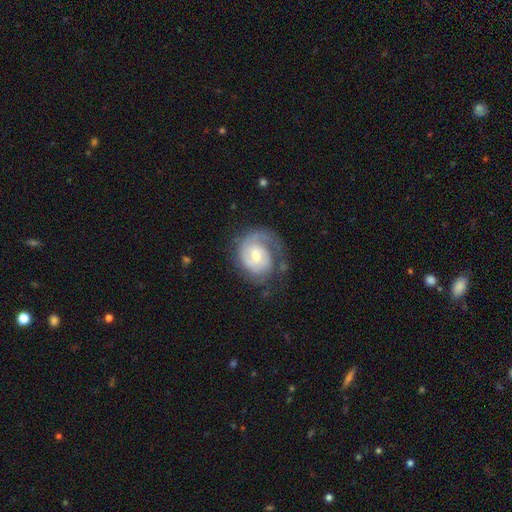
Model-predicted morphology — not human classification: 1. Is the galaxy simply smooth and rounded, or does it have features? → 80% featured or disk, 15% smooth, 5% star or artifact.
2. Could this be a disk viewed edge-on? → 98% no, 2% yes.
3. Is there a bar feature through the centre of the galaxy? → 51% weak, 40% no, 9% strong.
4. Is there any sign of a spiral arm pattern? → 93% yes, 7% no.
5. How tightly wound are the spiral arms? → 52% tight, 35% medium, 13% loose.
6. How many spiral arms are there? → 37% 1, 36% 2, 16% can't tell, 7% 3, 2% 4, 2% more than 4.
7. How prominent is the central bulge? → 50% moderate, 43% small, 5% large, 2% none, 1% dominant.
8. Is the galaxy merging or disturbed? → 58% none, 21% minor disturbance, 19% major disturbance, 2% merger.